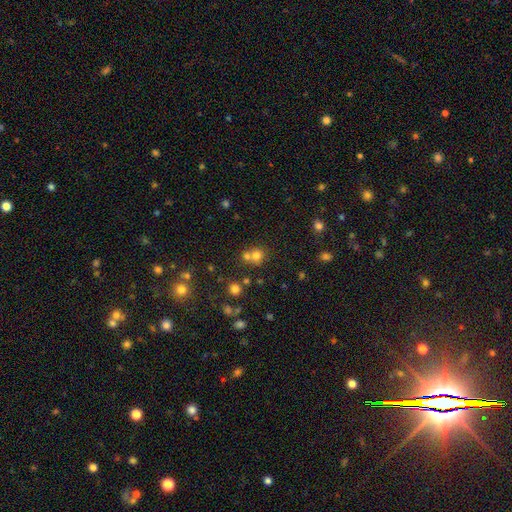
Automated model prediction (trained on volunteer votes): Overall: smooth (70%). How rounded: round (83%). Merging: none (49%; merger 40%).